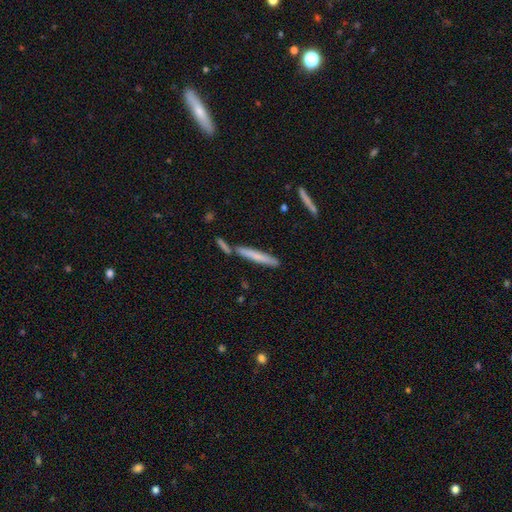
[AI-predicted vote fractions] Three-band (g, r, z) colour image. It shows a smooth galaxy with no disk features (62%) that is cigar-shaped (95%). Merging: none (70%).